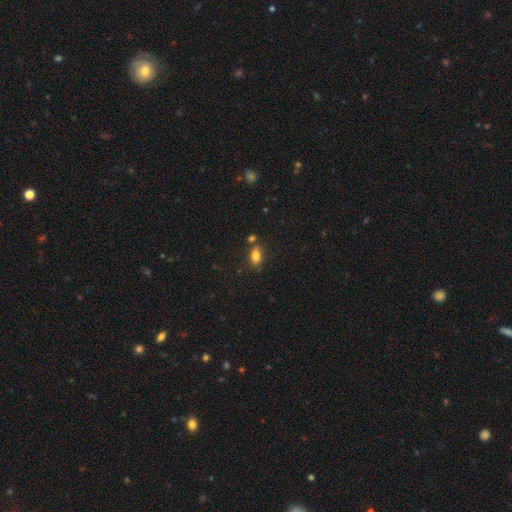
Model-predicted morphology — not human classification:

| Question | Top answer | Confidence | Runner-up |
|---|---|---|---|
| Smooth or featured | smooth | 81% | star or artifact (10%) |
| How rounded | in between | 86% | round (9%) |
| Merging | none | 73% | minor disturbance (12%) |